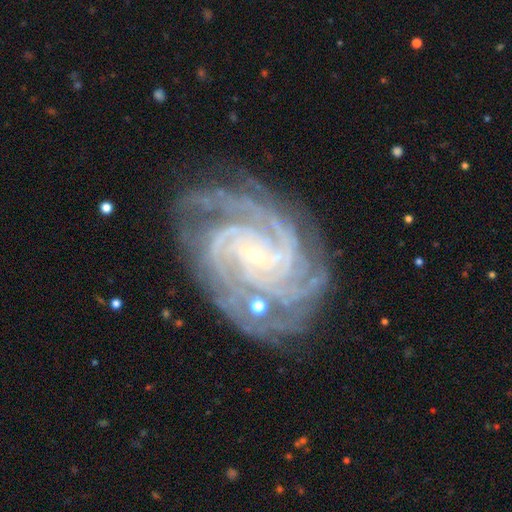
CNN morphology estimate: featured or disk 92%, star or artifact 5%, smooth 3%. Down the decision tree: edge-on disk — no (98%); bar — no (52%); spiral arms — yes (99%); spiral arm count — 4 (33%); spiral winding — tight (77%); bulge size — small (88%); merging — none (76%).